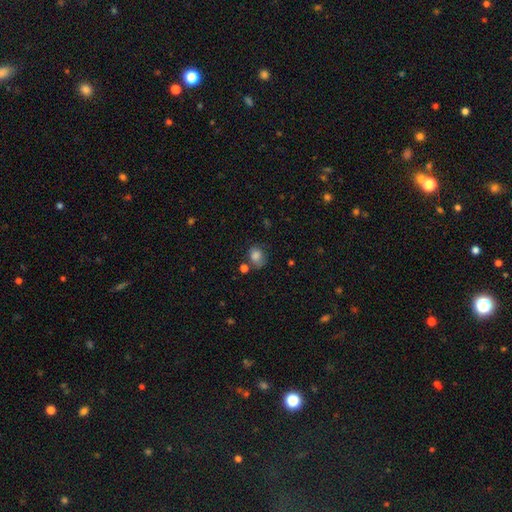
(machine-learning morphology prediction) Q: Smooth or featured?
A: smooth (80%); runner-up: star or artifact (11%)
Q: How rounded?
A: round (52%); runner-up: in between (47%)
Q: Merging?
A: none (57%); runner-up: minor disturbance (24%)